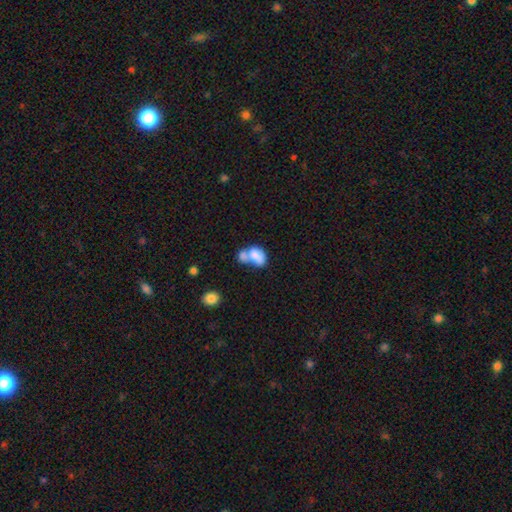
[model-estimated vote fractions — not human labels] Overall: smooth (74%). How rounded: in between (82%). Merging: merger (68%).